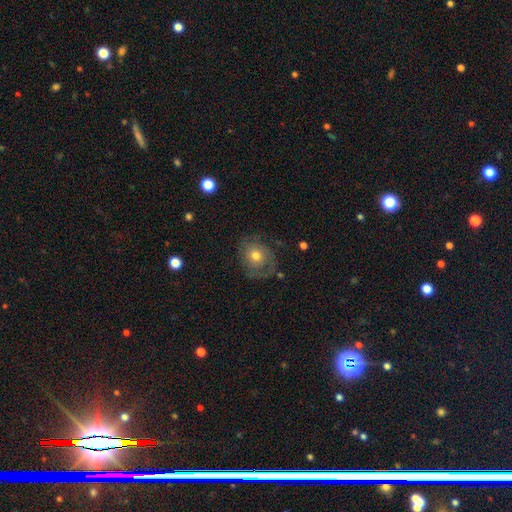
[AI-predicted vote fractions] featured or disk 49%, smooth 42%, star or artifact 9%. Down the decision tree: merging — none (64%).